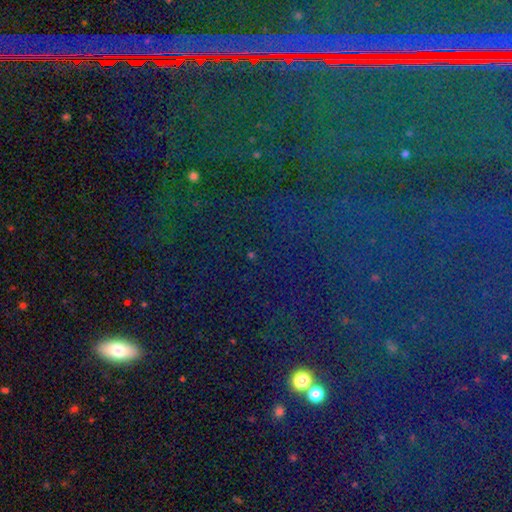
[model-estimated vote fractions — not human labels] Smooth or featured: star or artifact — 78% (smooth — 13%)